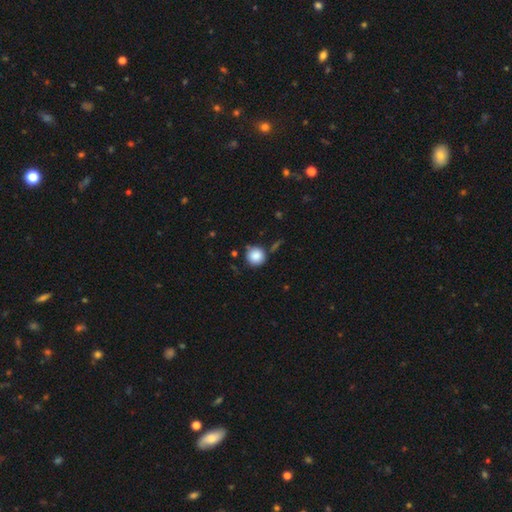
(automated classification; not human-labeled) This appears to be a smooth galaxy with no disk features (87%) that is round (94%). Merging: none (79%).